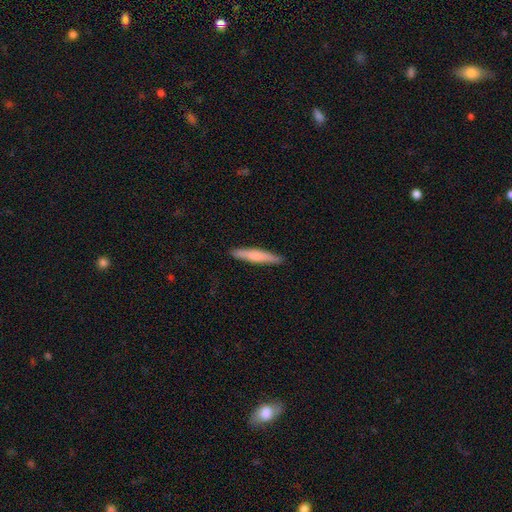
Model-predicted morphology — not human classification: smooth 68%, featured or disk 27%, star or artifact 5%. Down the decision tree: how rounded — cigar-shaped (93%); merging — none (90%).